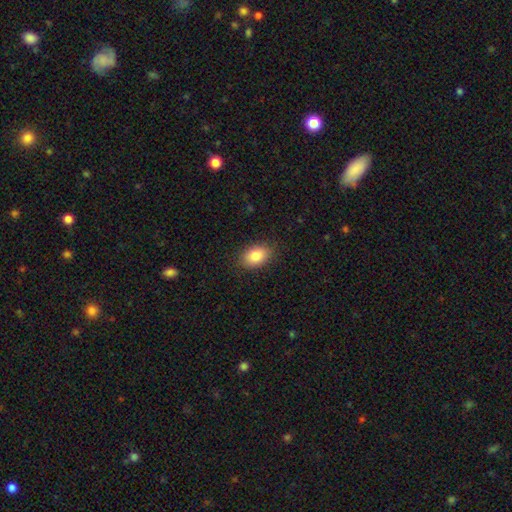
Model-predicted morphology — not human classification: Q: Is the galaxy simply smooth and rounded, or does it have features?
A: smooth — 85%.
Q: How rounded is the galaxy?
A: in between — 85%.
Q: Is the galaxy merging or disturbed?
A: none — 87%.